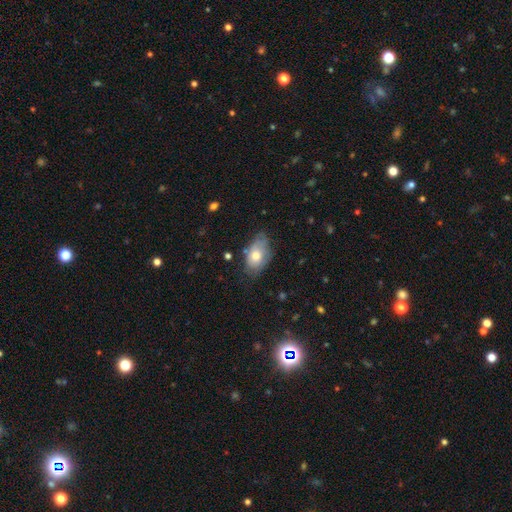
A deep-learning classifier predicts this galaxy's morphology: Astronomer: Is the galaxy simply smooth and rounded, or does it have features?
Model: smooth — 68%.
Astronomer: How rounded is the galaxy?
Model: in between — 89%.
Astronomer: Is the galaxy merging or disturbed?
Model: none — 55% (runner-up: minor disturbance, 33%).